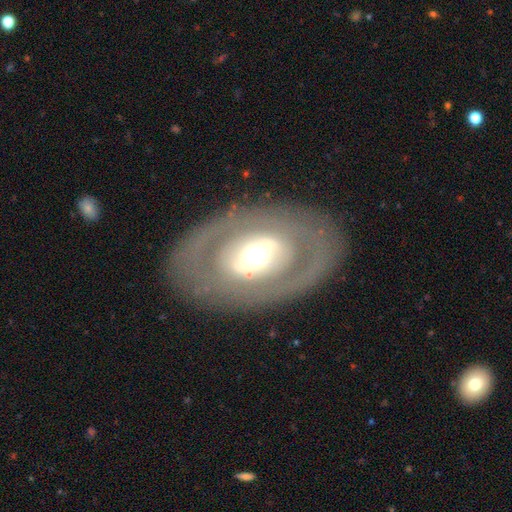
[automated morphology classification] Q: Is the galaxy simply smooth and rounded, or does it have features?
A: featured or disk — 68%.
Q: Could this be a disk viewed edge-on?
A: no — 91%.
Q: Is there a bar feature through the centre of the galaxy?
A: no — 54%.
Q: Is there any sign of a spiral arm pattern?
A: no — 74%.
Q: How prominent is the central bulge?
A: moderate — 58%.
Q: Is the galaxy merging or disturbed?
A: none — 81%.